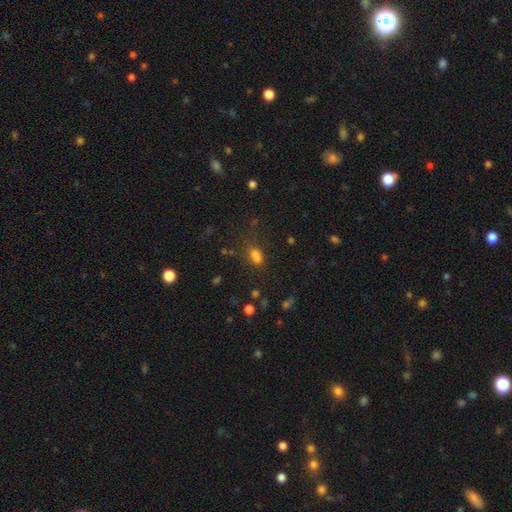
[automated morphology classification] The model was most divided on "merging": none: 48%, merger: 20%, minor disturbance: 19%, major disturbance: 13%. More confident: how rounded — in between (72%); smooth or featured — smooth (70%).